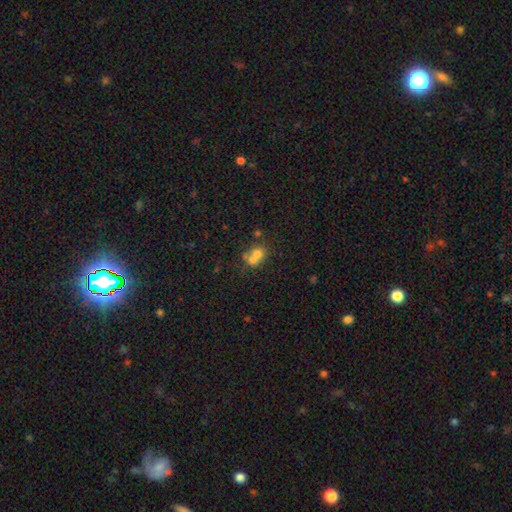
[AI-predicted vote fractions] smooth_or_featured: smooth (p=0.63) [alt: featured or disk p=0.22]
how_rounded: round (p=0.70) [alt: in between p=0.29]
merging: merger (p=0.61) [alt: none p=0.28]